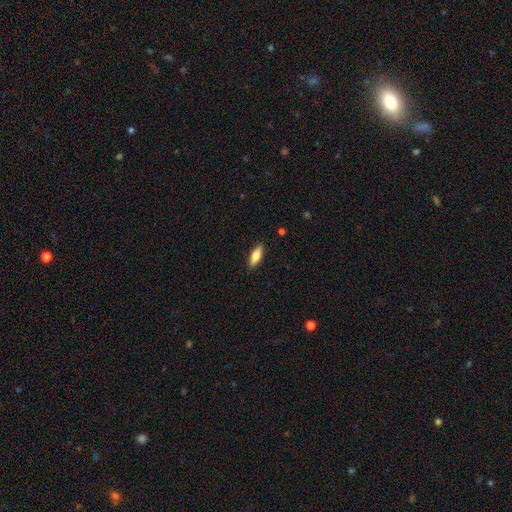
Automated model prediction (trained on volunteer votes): Smooth or featured? smooth (77%)
How rounded? in between (62%)
Merging? none (89%)